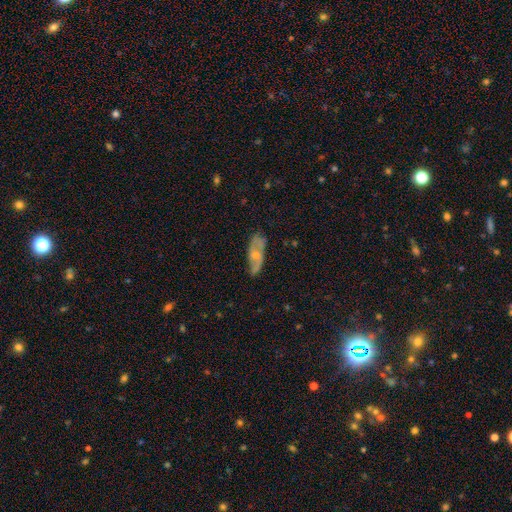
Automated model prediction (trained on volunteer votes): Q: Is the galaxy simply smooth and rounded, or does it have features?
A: featured or disk — 55%.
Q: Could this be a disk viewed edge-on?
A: no — 82%.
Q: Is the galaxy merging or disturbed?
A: none — 68%.